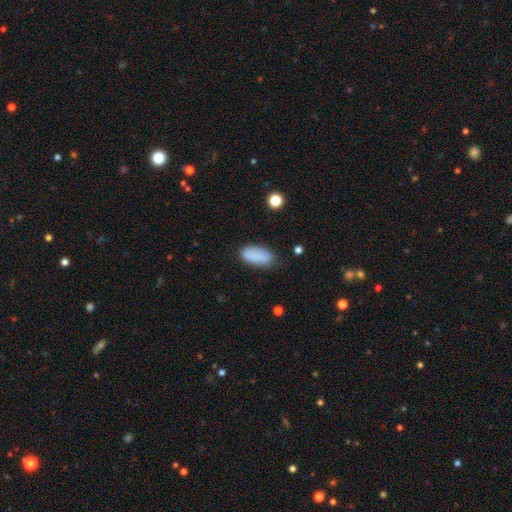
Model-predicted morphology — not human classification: A smooth galaxy with no disk features (86%) that is in between round and cigar-shaped (90%). Merging: none (70%).